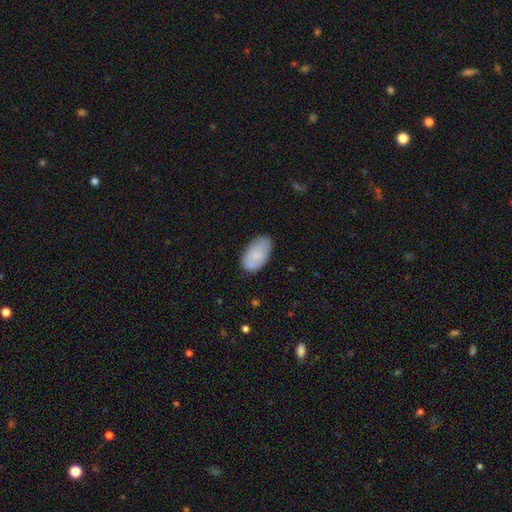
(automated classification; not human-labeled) smooth_or_featured: smooth (p=0.78) [alt: featured or disk p=0.16]
how_rounded: in between (p=0.95) [alt: round p=0.03]
merging: none (p=0.75) [alt: minor disturbance p=0.19]